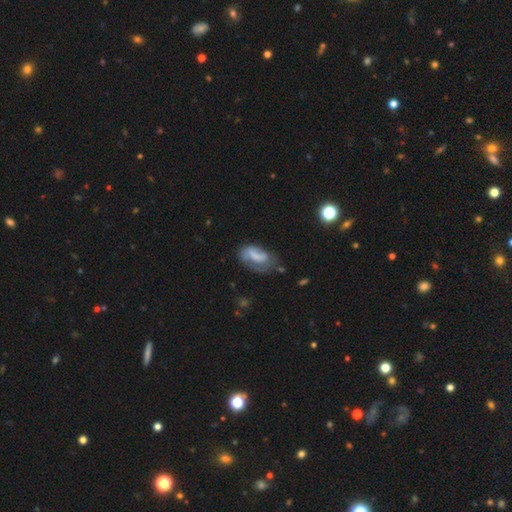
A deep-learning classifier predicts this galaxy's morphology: smooth 53%, featured or disk 38%, star or artifact 9%. Down the decision tree: how rounded — in between (89%); merging — none (38%).